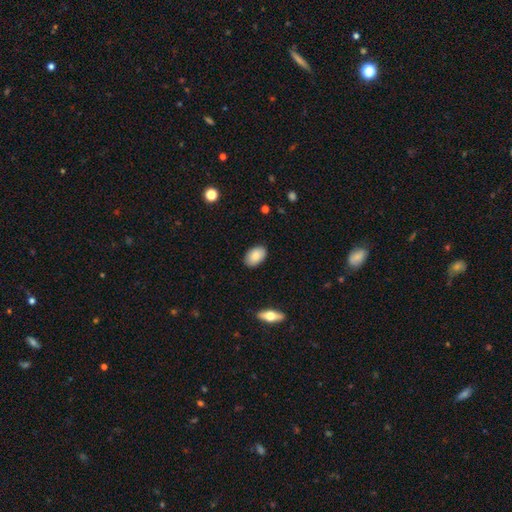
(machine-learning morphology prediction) Smooth or featured? Predicted: smooth (p=0.84). How rounded? Predicted: in between (p=0.93). Merging? Predicted: none (p=0.87).